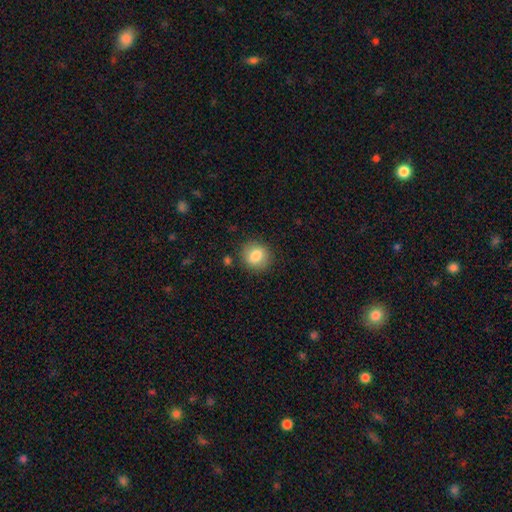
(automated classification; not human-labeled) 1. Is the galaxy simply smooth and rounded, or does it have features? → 83% smooth, 9% star or artifact, 9% featured or disk.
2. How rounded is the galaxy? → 84% round, 15% in between, 1% cigar-shaped.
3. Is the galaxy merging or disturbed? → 87% none, 9% minor disturbance, 3% major disturbance, 2% merger.